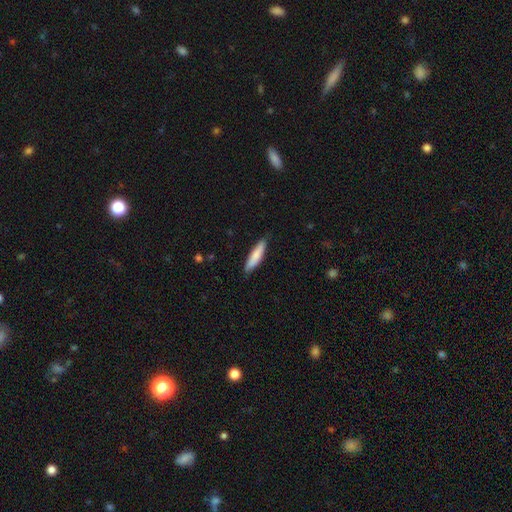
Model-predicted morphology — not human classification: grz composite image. It shows a smooth galaxy with no disk features (81%) that is cigar-shaped (76%). Merging: none (85%).